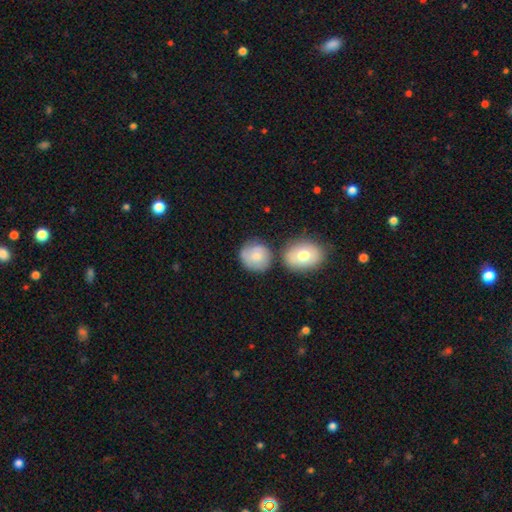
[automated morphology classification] A smooth galaxy with no disk features (67%) that is round (84%).

Vote fractions:
- Smooth or featured? smooth: 67% / featured or disk: 26% / star or artifact: 7%
- How rounded? round: 84% / in between: 15% / cigar-shaped: 1%
- Merging? none: 60% / minor disturbance: 19% / merger: 15% / major disturbance: 6%